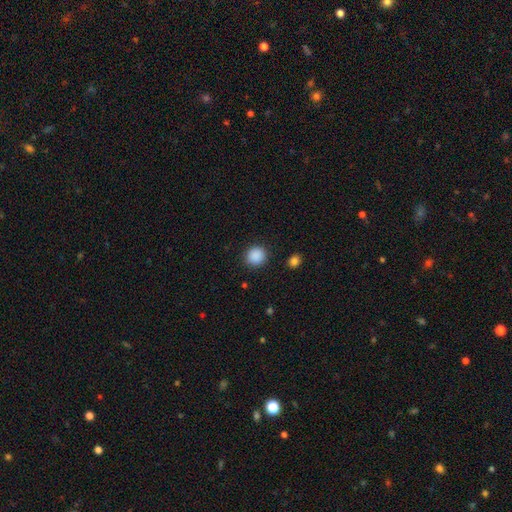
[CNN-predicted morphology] smooth 89%, star or artifact 9%, featured or disk 2%. Down the decision tree: how rounded — round (89%); merging — none (90%).